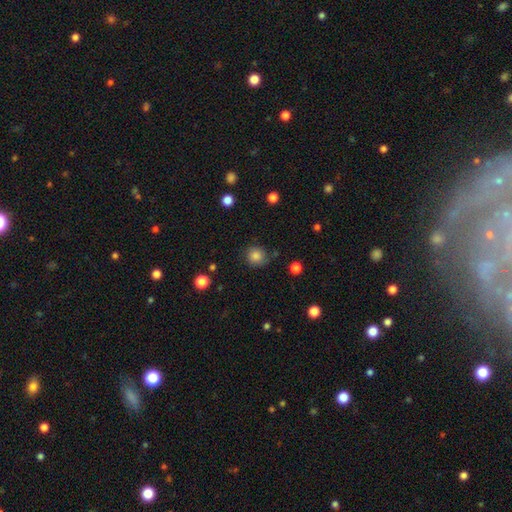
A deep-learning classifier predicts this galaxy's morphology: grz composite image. It shows a smooth galaxy with no disk features (83%) that is round (89%). Merging: none (78%).